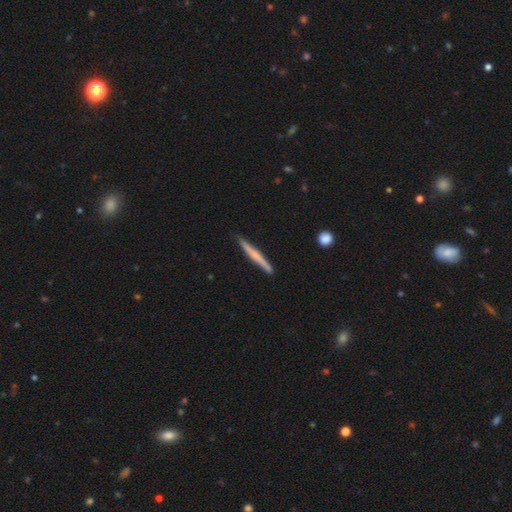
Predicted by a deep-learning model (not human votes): Smooth or featured? smooth (49%)
Merging? none (88%)